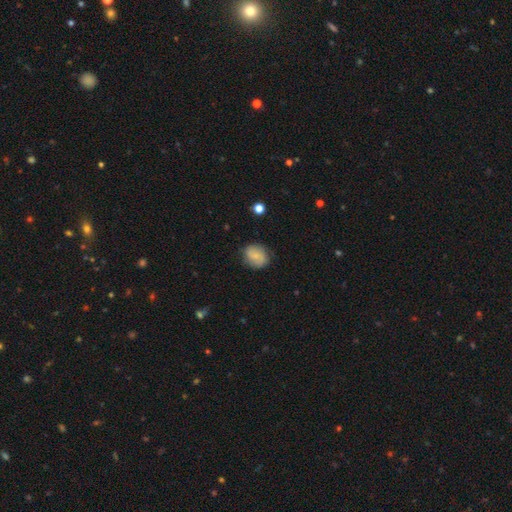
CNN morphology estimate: Overall: smooth (60%; featured or disk 31%). How rounded: round (64%; in between 35%). Merging: none (77%).